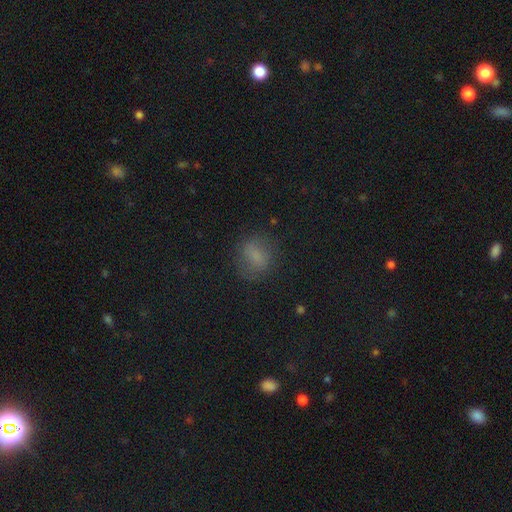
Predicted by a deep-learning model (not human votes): Smooth or featured: smooth — 70% (star or artifact — 17%)
How rounded: in between — 51% (round — 46%)
Merging: none — 73% (minor disturbance — 17%)